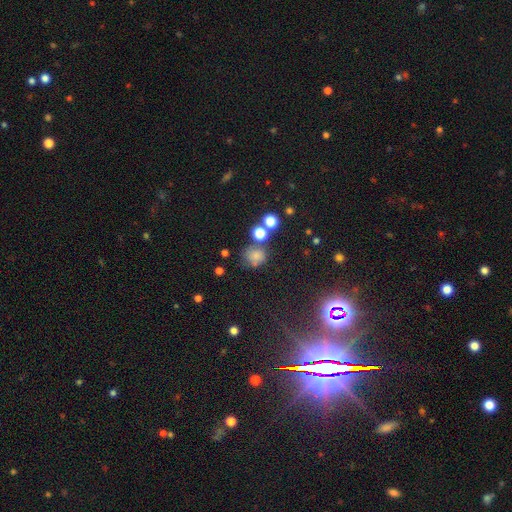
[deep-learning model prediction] Smooth or featured? smooth (69%)
How rounded? round (74%)
Merging? none (55%)